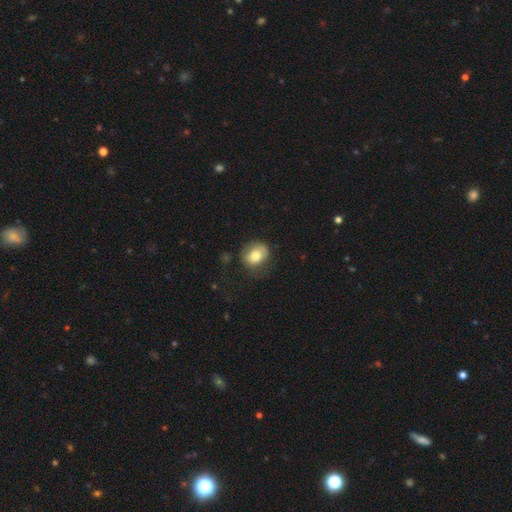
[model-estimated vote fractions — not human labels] Overall: smooth (76%). How rounded: round (59%; in between 40%). Merging: none (54%; minor disturbance 27%).